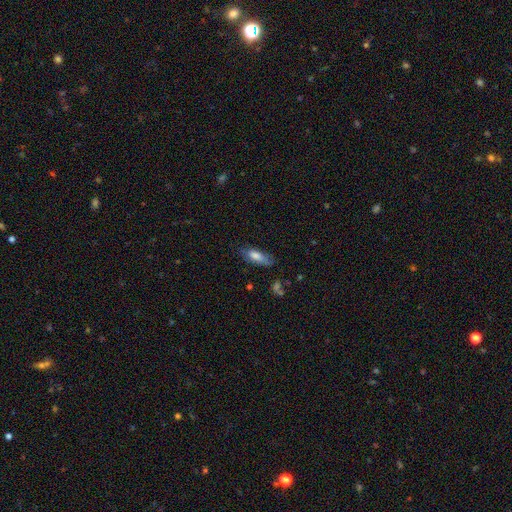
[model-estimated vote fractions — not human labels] Overall: smooth (76%). How rounded: in between (65%; cigar-shaped 32%). Merging: none (64%; minor disturbance 26%).